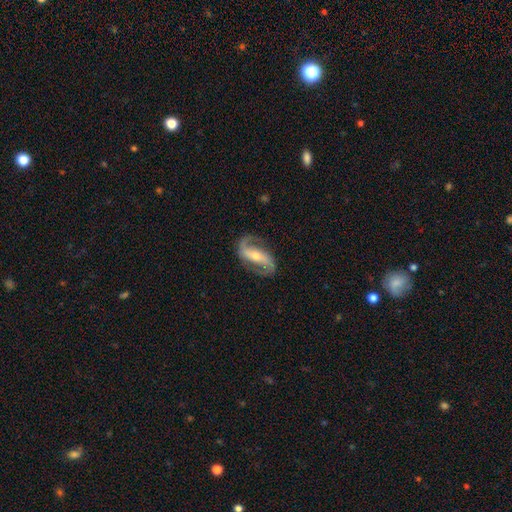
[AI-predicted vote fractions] featured or disk 89%, smooth 6%, star or artifact 4%. Down the decision tree: edge-on disk — no (96%); bar — strong (49%); spiral arms — yes (96%); spiral arm count — 2 (92%); spiral winding — medium (46%); bulge size — moderate (49%); merging — none (82%).